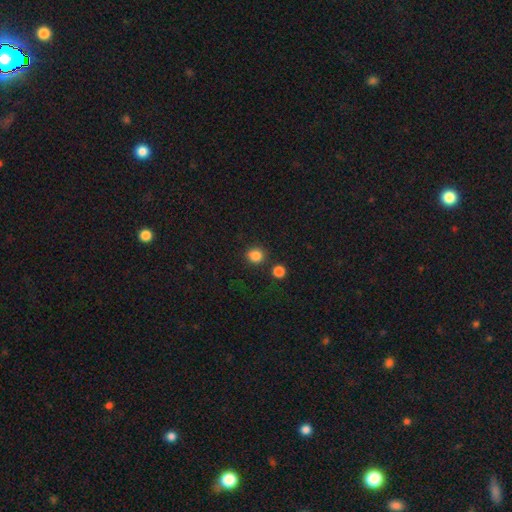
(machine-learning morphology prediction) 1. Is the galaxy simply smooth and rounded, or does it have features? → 85% smooth, 11% star or artifact, 3% featured or disk.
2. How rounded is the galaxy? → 82% round, 17% in between, 1% cigar-shaped.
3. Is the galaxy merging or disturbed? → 82% none, 9% minor disturbance, 6% merger, 3% major disturbance.